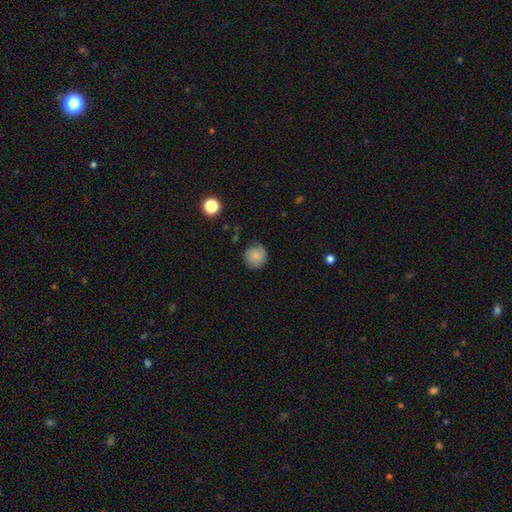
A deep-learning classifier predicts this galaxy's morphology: smooth_or_featured: smooth (p=0.74) [alt: featured or disk p=0.18]
how_rounded: round (p=0.91) [alt: in between p=0.08]
merging: none (p=0.75) [alt: minor disturbance p=0.20]